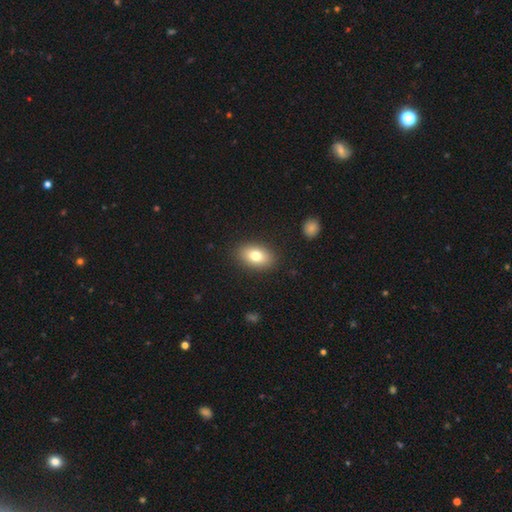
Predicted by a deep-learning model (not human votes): A smooth galaxy with no disk features (78%) that is in between round and cigar-shaped (87%).

Vote fractions:
- Smooth or featured? smooth: 78% / featured or disk: 14% / star or artifact: 8%
- How rounded? in between: 87% / round: 11% / cigar-shaped: 2%
- Merging? none: 88% / minor disturbance: 8% / major disturbance: 3% / merger: 1%